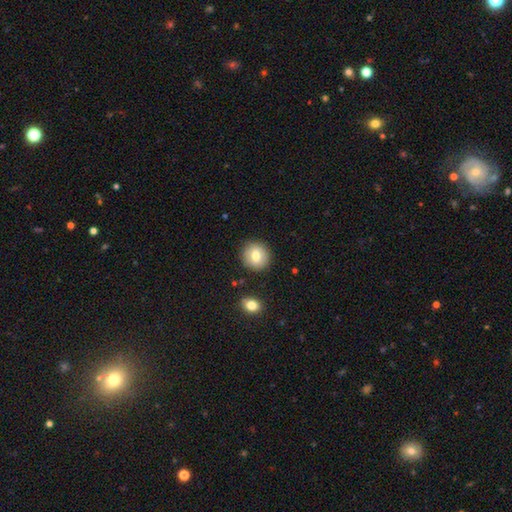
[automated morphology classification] A smooth galaxy with no disk features (77%) that is round (89%). Merging: none (88%).